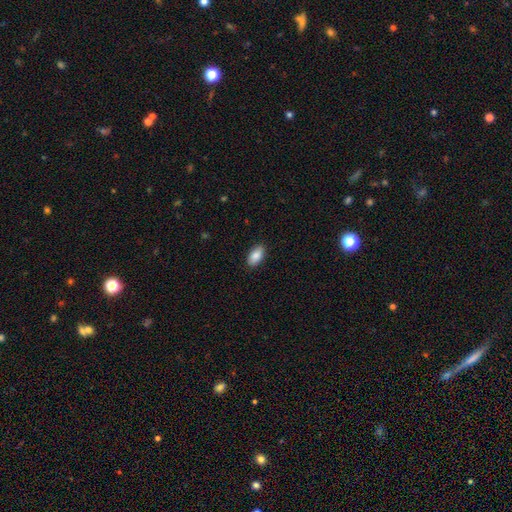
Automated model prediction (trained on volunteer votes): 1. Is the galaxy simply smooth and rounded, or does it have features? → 89% smooth, 7% star or artifact, 5% featured or disk.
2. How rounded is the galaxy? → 94% in between, 3% round, 3% cigar-shaped.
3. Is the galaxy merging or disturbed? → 89% none, 8% minor disturbance, 2% major disturbance, 1% merger.